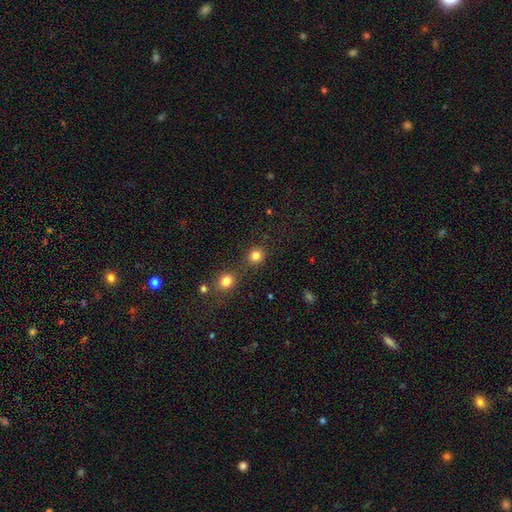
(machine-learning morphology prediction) smooth-or-featured: smooth: 82% | star or artifact: 13% | featured or disk: 5%
  how-rounded: round: 90% | in between: 10% | cigar-shaped: 1%
  merging: none: 77% | merger: 13% | minor disturbance: 8% | major disturbance: 3%